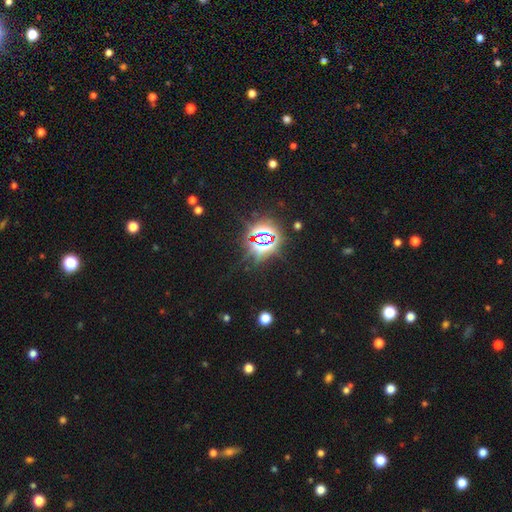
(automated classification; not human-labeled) Smooth or featured? star or artifact (71%)